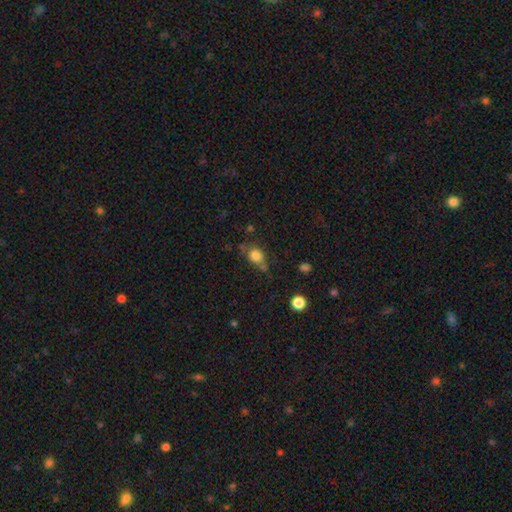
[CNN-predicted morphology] smooth_or_featured: smooth (p=0.81) [alt: star or artifact p=0.12]
how_rounded: round (p=0.62) [alt: in between p=0.36]
merging: none (p=0.56) [alt: minor disturbance p=0.22]